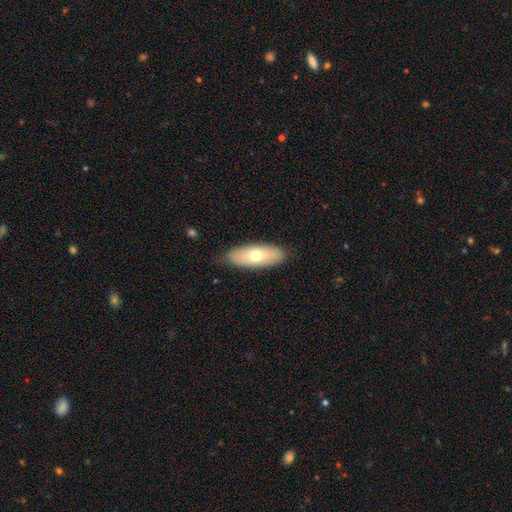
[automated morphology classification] Smooth or featured? Predicted: smooth (p=0.65). How rounded? Predicted: in between (p=0.75). Merging? Predicted: none (p=0.83).